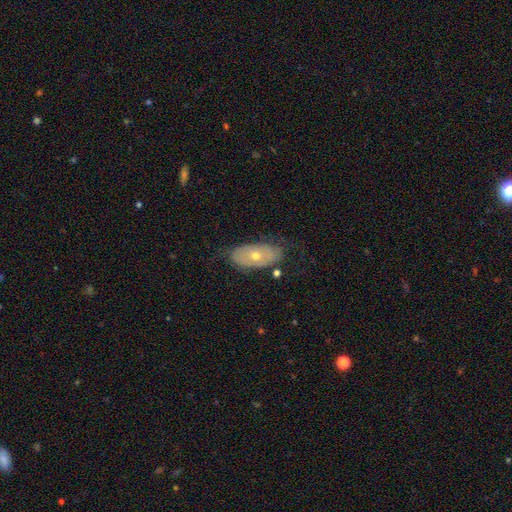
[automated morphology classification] A featured or disk galaxy (51%).

Vote fractions:
- Smooth or featured? featured or disk: 51% / smooth: 42% / star or artifact: 7%
- Edge-on disk? no: 85% / yes: 15%
- Merging? none: 70% / minor disturbance: 21% / major disturbance: 7% / merger: 2%